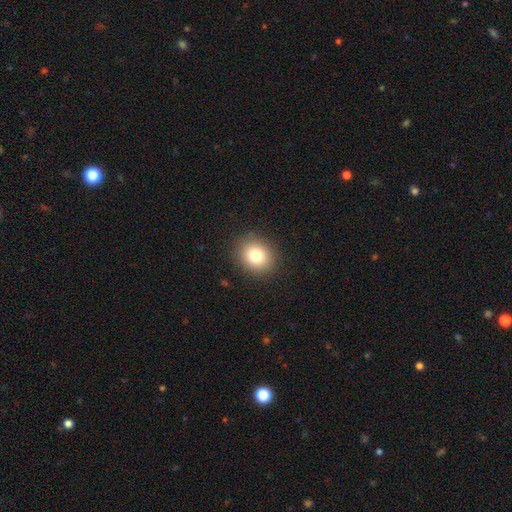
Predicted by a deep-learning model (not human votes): Q: Smooth or featured?
A: smooth (79%); runner-up: star or artifact (11%)
Q: How rounded?
A: round (70%); runner-up: in between (30%)
Q: Merging?
A: none (89%); runner-up: minor disturbance (7%)